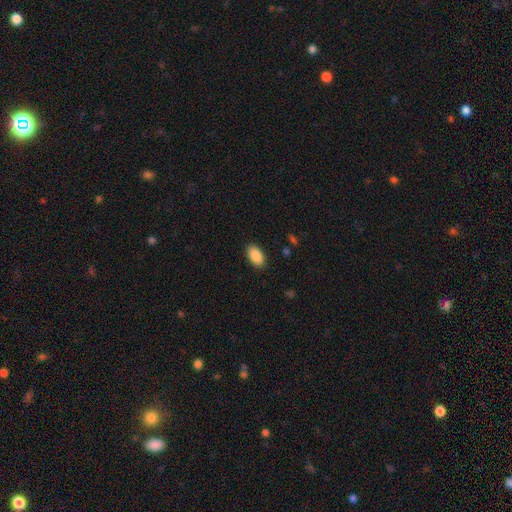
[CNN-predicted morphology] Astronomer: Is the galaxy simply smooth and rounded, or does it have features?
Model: smooth — 90%.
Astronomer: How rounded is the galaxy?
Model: in between — 95%.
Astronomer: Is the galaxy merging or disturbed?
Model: none — 89%.